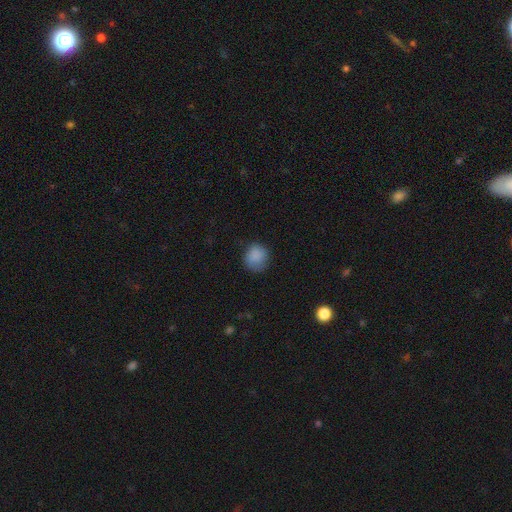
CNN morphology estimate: smooth_or_featured: smooth (p=0.86) [alt: star or artifact p=0.09]
how_rounded: round (p=0.85) [alt: in between p=0.14]
merging: none (p=0.76) [alt: minor disturbance p=0.18]